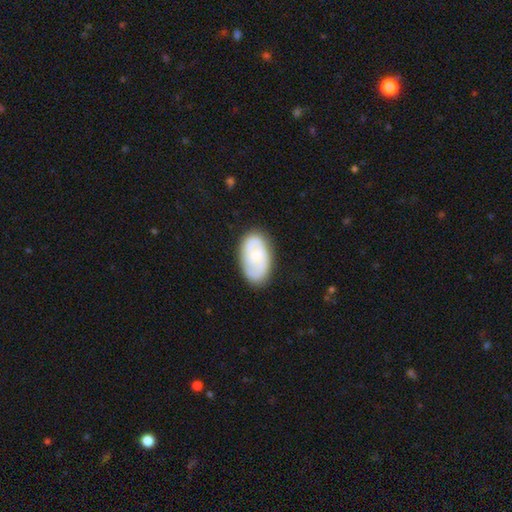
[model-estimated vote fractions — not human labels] Q: Smooth or featured?
A: featured or disk (56%); runner-up: smooth (38%)
Q: Edge-on disk?
A: no (96%); runner-up: yes (4%)
Q: Bar?
A: no (64%); runner-up: weak (30%)
Q: Spiral arms?
A: yes (77%); runner-up: no (23%)
Q: Bulge size?
A: small (50%); runner-up: moderate (37%)
Q: Merging?
A: none (81%); runner-up: minor disturbance (14%)